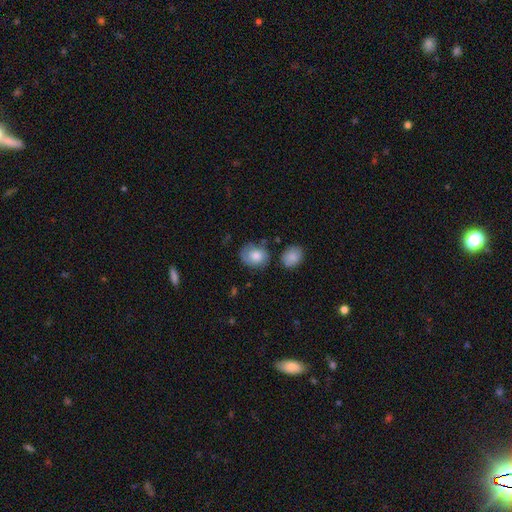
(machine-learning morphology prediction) This appears to be a smooth galaxy with no disk features (76%) that is round (51%). Merging: none (63%).